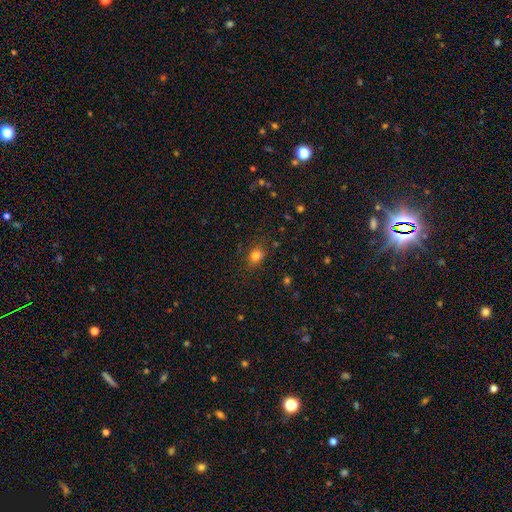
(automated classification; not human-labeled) The model was most divided on "how rounded": round: 51%, in between: 47%, cigar-shaped: 1%. More confident: smooth or featured — smooth (78%); merging — none (76%).